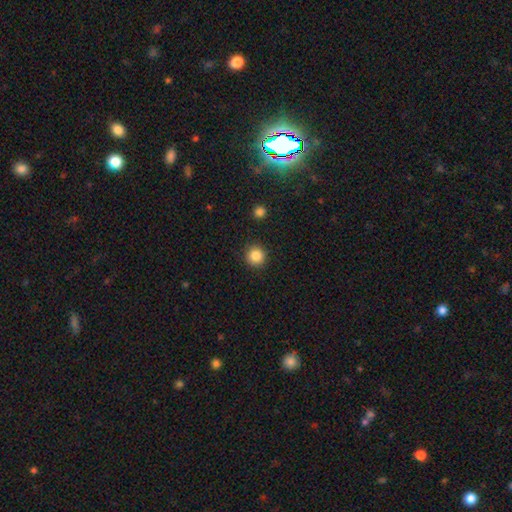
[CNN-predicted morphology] This is clearly a smooth galaxy (85%). How rounded: clearly round (94%). Merging: clearly none (91%).